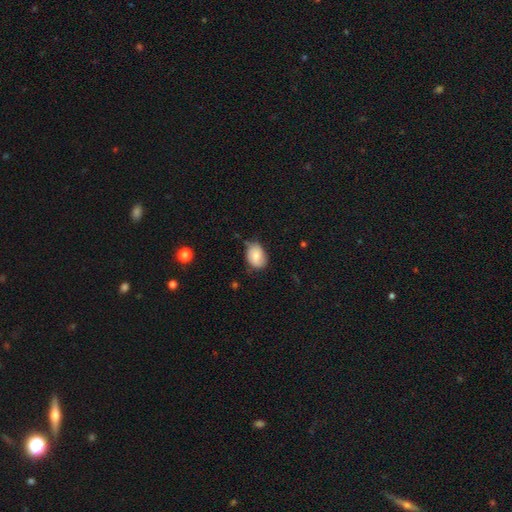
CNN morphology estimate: This is likely a smooth galaxy (76%). How rounded: likely in between (77%). Merging: likely none (62%).